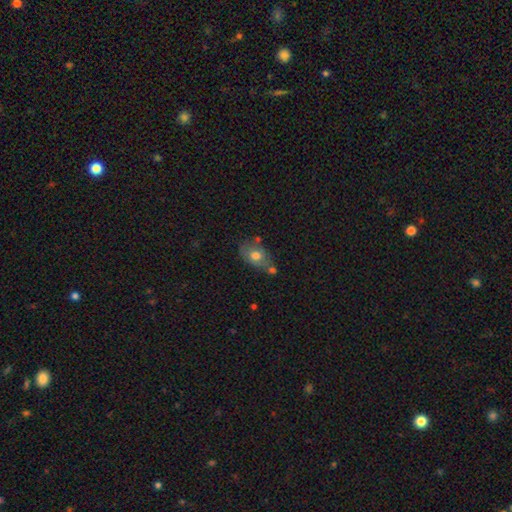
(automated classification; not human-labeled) Smooth or featured: smooth — 68% (featured or disk — 24%)
How rounded: in between — 78% (round — 20%)
Merging: none — 51% (minor disturbance — 22%)